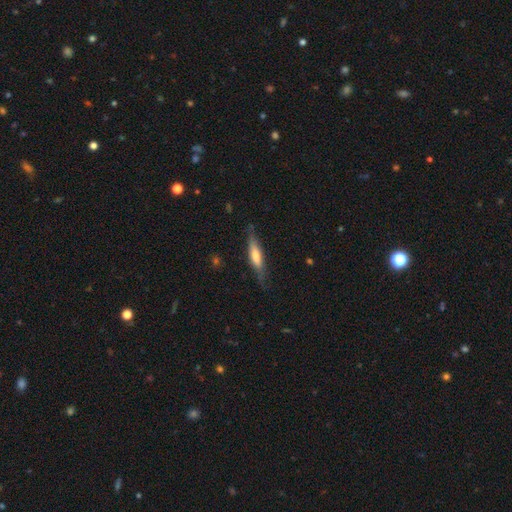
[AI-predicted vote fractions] Smooth or featured: smooth — 52% (featured or disk — 42%)
How rounded: cigar-shaped — 77% (in between — 22%)
Merging: none — 74% (minor disturbance — 19%)